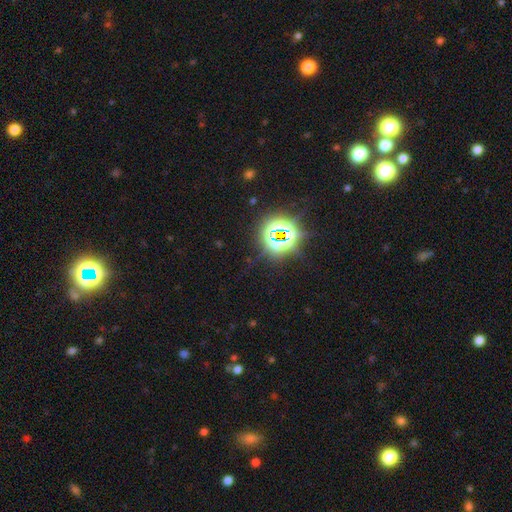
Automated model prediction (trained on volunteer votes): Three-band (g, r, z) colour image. It shows a star or artifact, not a galaxy (78%).